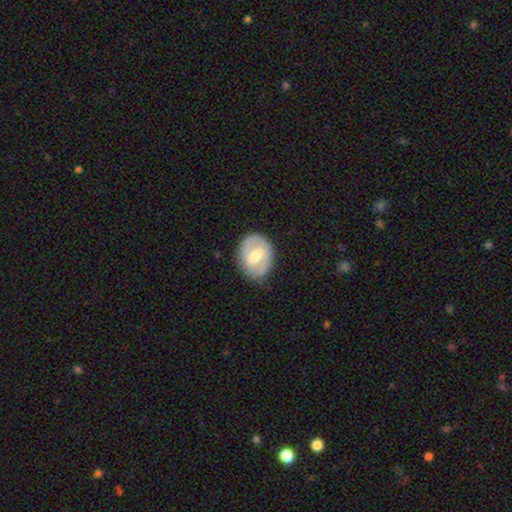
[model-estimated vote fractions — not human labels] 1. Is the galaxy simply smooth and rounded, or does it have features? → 56% featured or disk, 38% smooth, 6% star or artifact.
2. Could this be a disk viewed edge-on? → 96% no, 4% yes.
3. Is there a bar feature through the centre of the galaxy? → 52% weak, 25% strong, 23% no.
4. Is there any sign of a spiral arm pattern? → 58% yes, 42% no.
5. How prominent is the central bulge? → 66% moderate, 21% small, 10% large, 2% none, 1% dominant.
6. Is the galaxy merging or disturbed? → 75% none, 18% minor disturbance, 5% major disturbance, 1% merger.